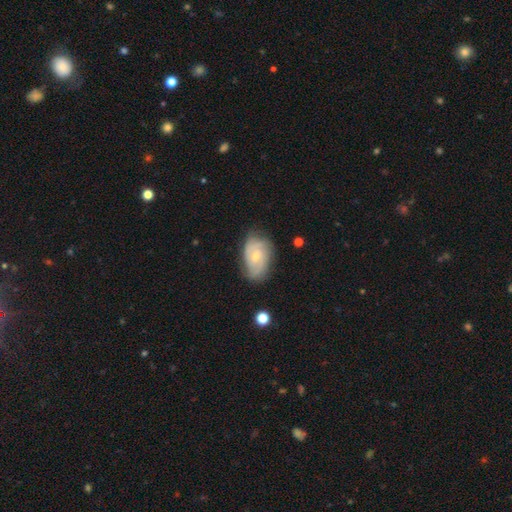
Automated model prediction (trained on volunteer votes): A featured or disk galaxy (67%) with no bar (54%), 2 (41%) tight (49%) spiral arms (90%) and a small central bulge (66%).

Vote fractions:
- Smooth or featured? featured or disk: 67% / smooth: 26% / star or artifact: 7%
- Edge-on disk? no: 96% / yes: 4%
- Bar? no: 54% / weak: 40% / strong: 6%
- Spiral arms? yes: 90% / no: 10%
- Spiral winding? tight: 49% / medium: 38% / loose: 13%
- Spiral arm count? 2: 41% / can't tell: 31% / 3: 16% / 4: 5% / 1: 4% / more than 4: 3%
- Bulge size? small: 66% / moderate: 29% / none: 3% / large: 1% / dominant: 1%
- Merging? none: 68% / minor disturbance: 24% / major disturbance: 6% / merger: 2%